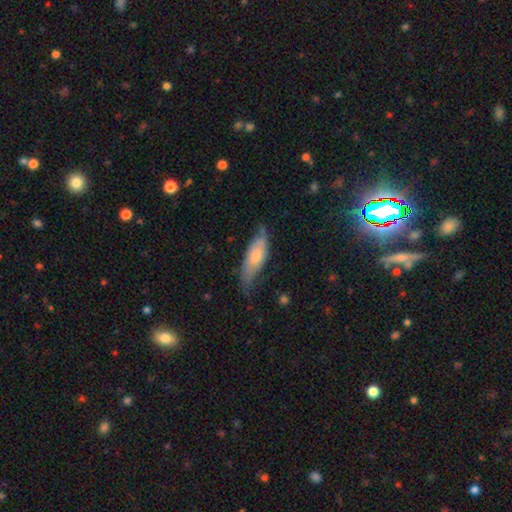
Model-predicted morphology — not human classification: smooth-or-featured: smooth: 51% | featured or disk: 43% | star or artifact: 6%
  how-rounded: in between: 63% | cigar-shaped: 34% | round: 2%
  merging: none: 52% | minor disturbance: 34% | major disturbance: 12% | merger: 2%